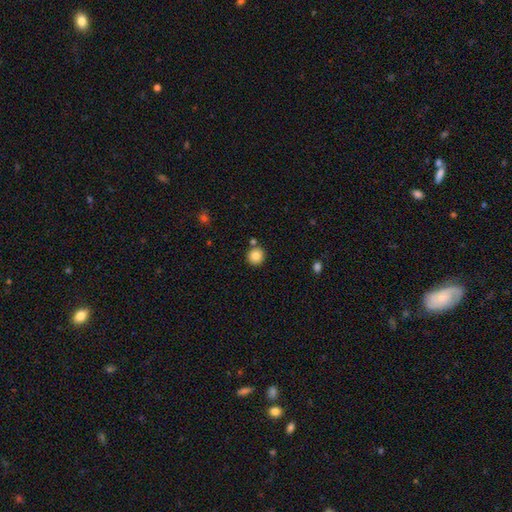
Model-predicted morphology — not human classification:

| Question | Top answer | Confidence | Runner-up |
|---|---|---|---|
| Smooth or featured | smooth | 84% | star or artifact (10%) |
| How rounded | round | 92% | in between (7%) |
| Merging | none | 80% | merger (10%) |